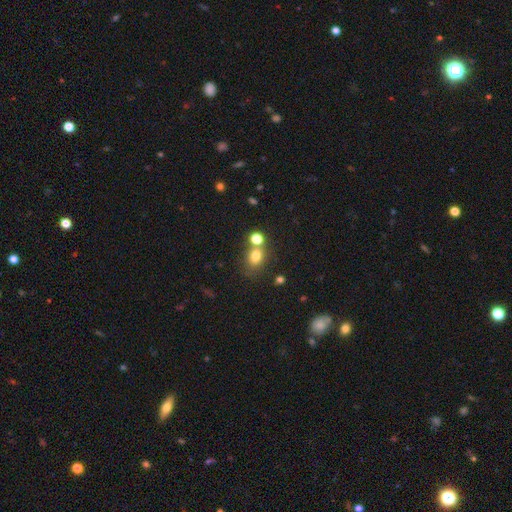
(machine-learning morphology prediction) This appears to be a smooth galaxy with no disk features (76%) that is in between round and cigar-shaped (50%). Merging: none (58%).